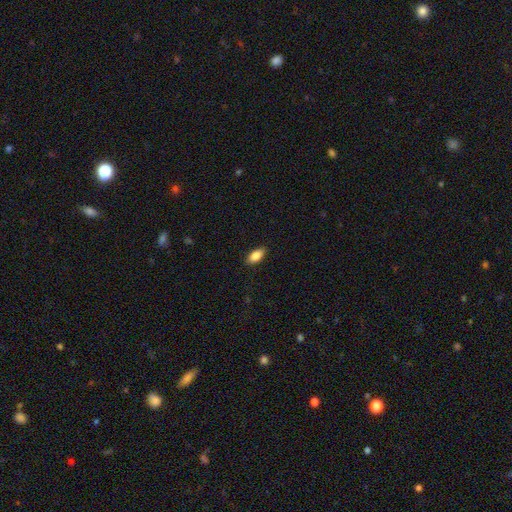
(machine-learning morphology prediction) type=smooth (85%); roundness=in between (88%); merging=none (86%).